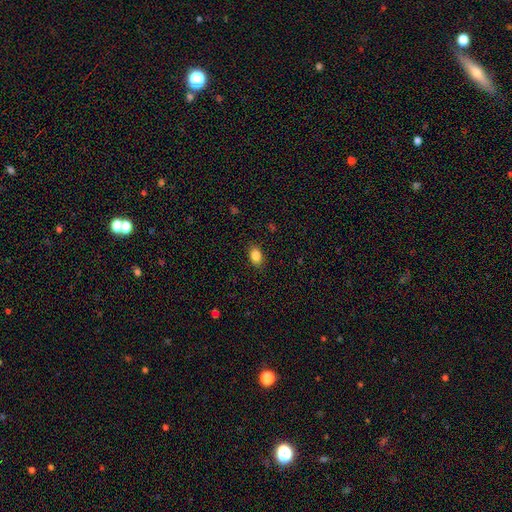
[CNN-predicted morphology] Smooth or featured? smooth (85%)
How rounded? in between (83%)
Merging? none (88%)